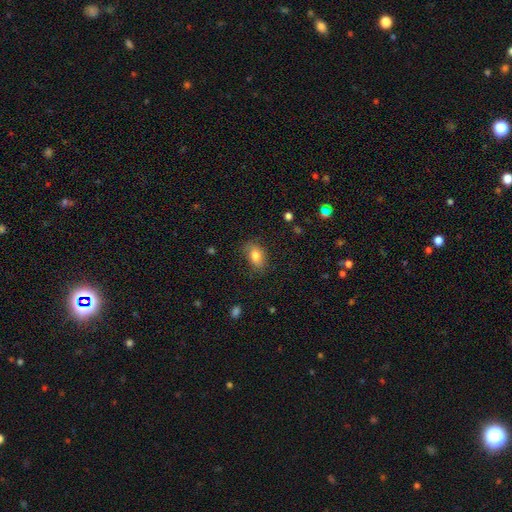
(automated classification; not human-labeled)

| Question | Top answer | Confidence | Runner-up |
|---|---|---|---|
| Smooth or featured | smooth | 77% | featured or disk (14%) |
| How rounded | in between | 84% | round (14%) |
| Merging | none | 71% | minor disturbance (21%) |